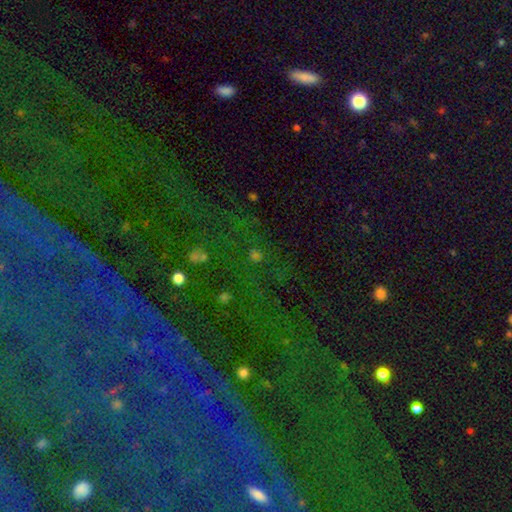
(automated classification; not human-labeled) star or artifact 59%, smooth 30%, featured or disk 11%.